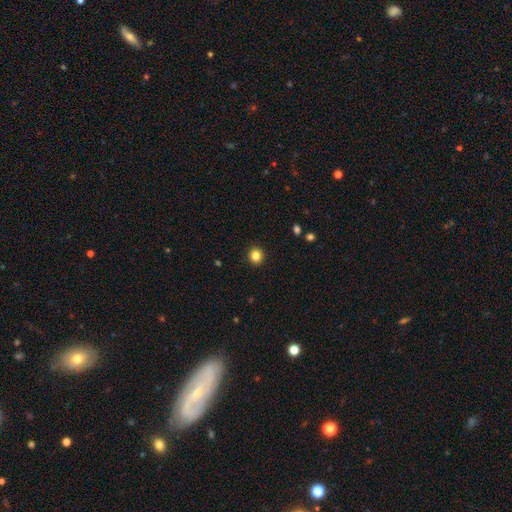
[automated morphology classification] The model was most divided on "smooth or featured": smooth: 84%, star or artifact: 11%, featured or disk: 5%. More confident: merging — none (93%); how rounded — round (88%).